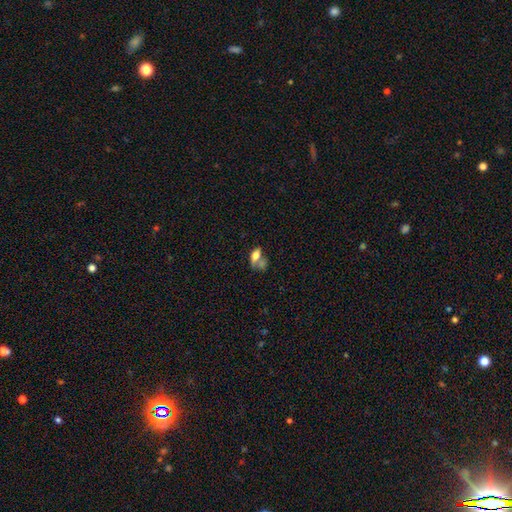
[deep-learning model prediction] Smooth or featured?
  - smooth: 65% *
  - featured or disk: 24%
  - star or artifact: 11%
How rounded?
  - in between: 81% *
  - cigar-shaped: 10%
  - round: 9%
Merging?
  - merger: 41% *
  - none: 31%
  - minor disturbance: 15%
  - major disturbance: 13%